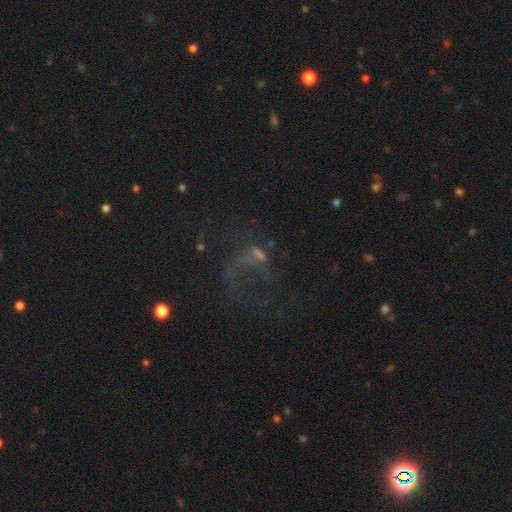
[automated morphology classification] featured or disk 42%, star or artifact 32%, smooth 26%. Down the decision tree: merging — major disturbance (54%).